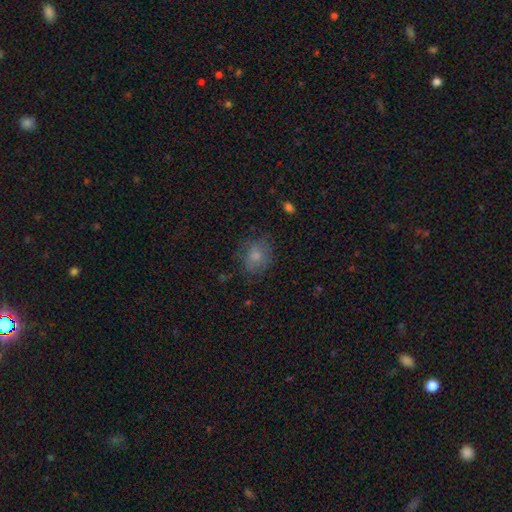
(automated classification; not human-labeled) This is likely a smooth galaxy (74%). How rounded: possibly round (59%). Merging: likely none (70%).